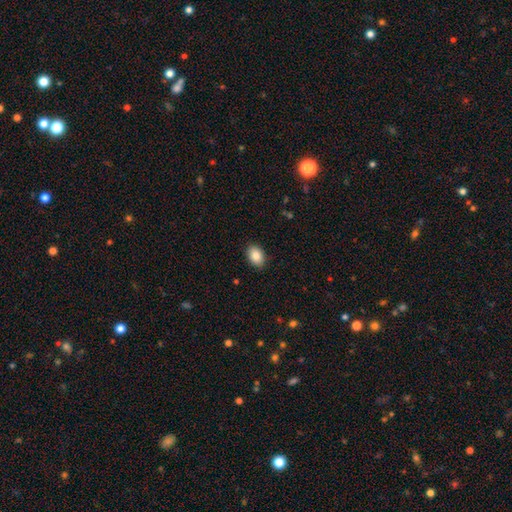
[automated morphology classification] Overall: smooth (87%). How rounded: in between (79%). Merging: none (89%).